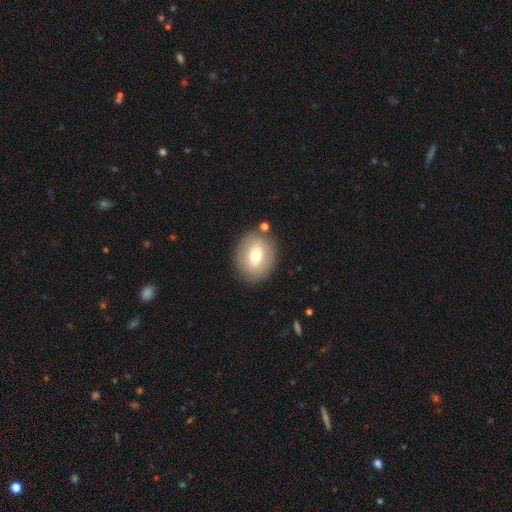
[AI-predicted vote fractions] smooth-or-featured: smooth: 68% | featured or disk: 23% | star or artifact: 8%
  how-rounded: round: 55% | in between: 43% | cigar-shaped: 1%
  merging: none: 83% | minor disturbance: 10% | merger: 4% | major disturbance: 3%